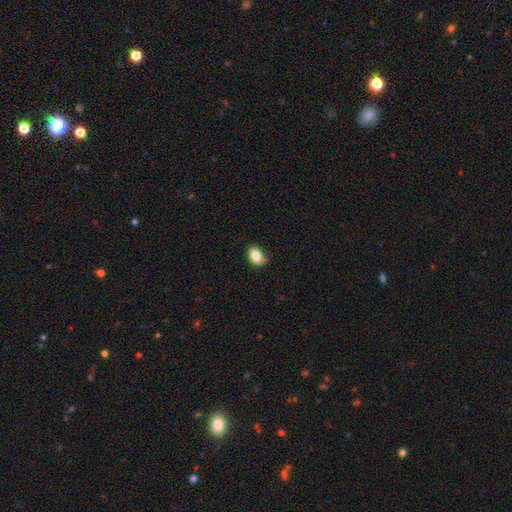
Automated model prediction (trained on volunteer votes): Overall: smooth (83%). How rounded: in between (81%). Merging: none (74%).